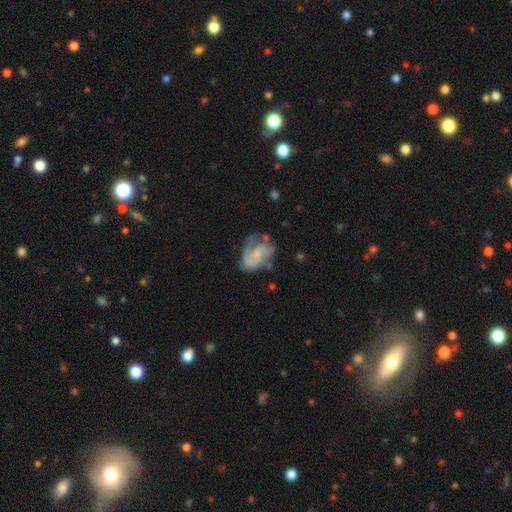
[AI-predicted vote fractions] Overall: featured or disk (69%). Edge-on disk: no (97%). Bar: no (54%; weak 37%). Spiral arms: yes (84%). Spiral arm count: 2 (61%). Spiral winding: medium (45%; loose 29%). Bulge size: none (43%; small 33%). Merging: none (43%; minor disturbance 26%).